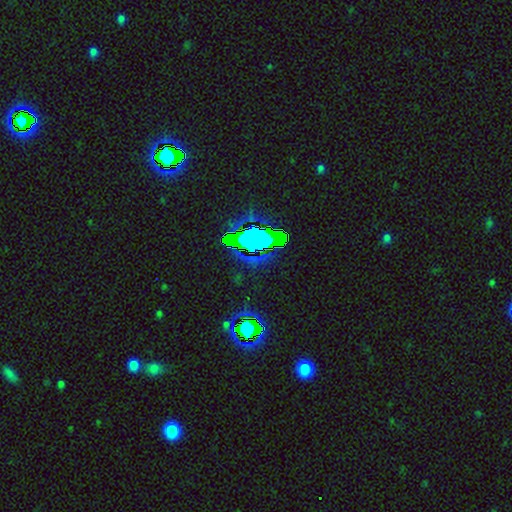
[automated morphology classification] Smooth or featured? star or artifact (82%)